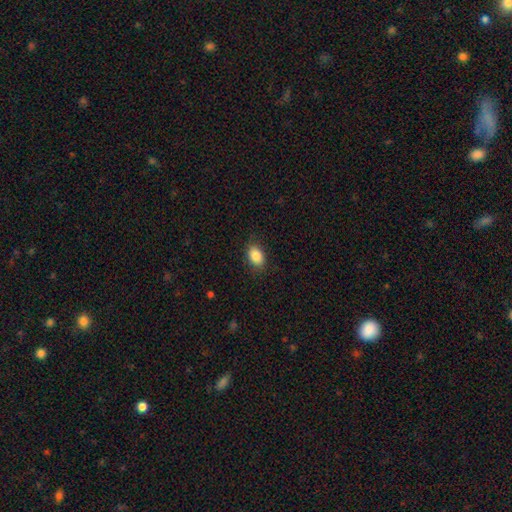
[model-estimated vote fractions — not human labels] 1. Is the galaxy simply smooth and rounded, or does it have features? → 87% smooth, 8% star or artifact, 5% featured or disk.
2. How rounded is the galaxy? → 82% in between, 17% round, 1% cigar-shaped.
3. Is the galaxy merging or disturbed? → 85% none, 11% minor disturbance, 3% major disturbance, 1% merger.